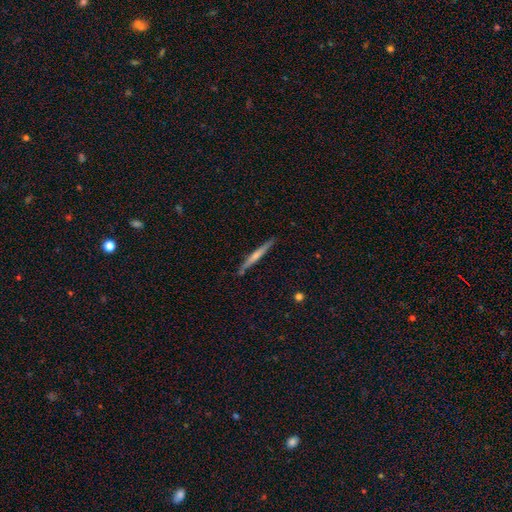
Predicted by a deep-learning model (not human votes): smooth_or_featured: featured or disk (p=0.52) [alt: smooth p=0.42]
disk_edge_on: yes (p=0.97) [alt: no p=0.03]
edge_on_bulge: none (p=0.45) [tied with: rounded p=0.45]
merging: none (p=0.87) [alt: minor disturbance p=0.10]